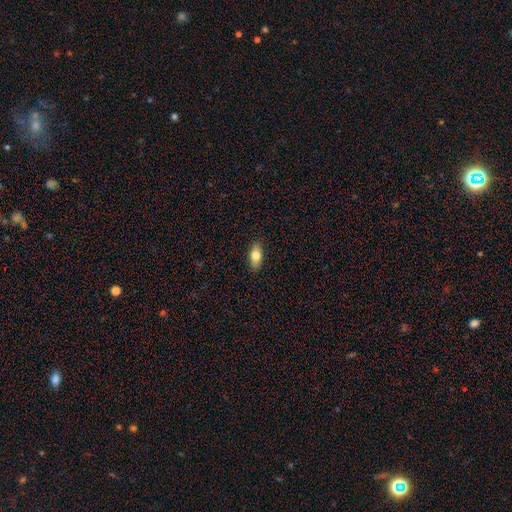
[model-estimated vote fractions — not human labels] smooth_or_featured: smooth (p=0.76) [alt: featured or disk p=0.17]
how_rounded: in between (p=0.85) [alt: cigar-shaped p=0.11]
merging: none (p=0.88) [alt: minor disturbance p=0.09]